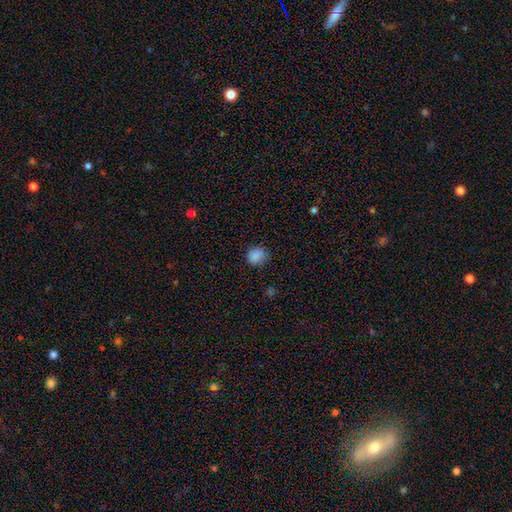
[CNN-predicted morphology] A smooth galaxy with no disk features (85%) that is round (77%). Merging: none (82%).